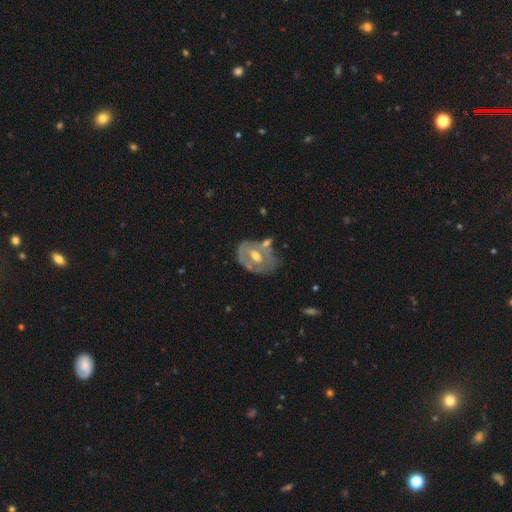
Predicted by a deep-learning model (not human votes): featured or disk 70%, smooth 24%, star or artifact 7%. Down the decision tree: edge-on disk — no (94%); bar — no (44%); spiral arms — no (62%); bulge size — moderate (71%); merging — none (51%).